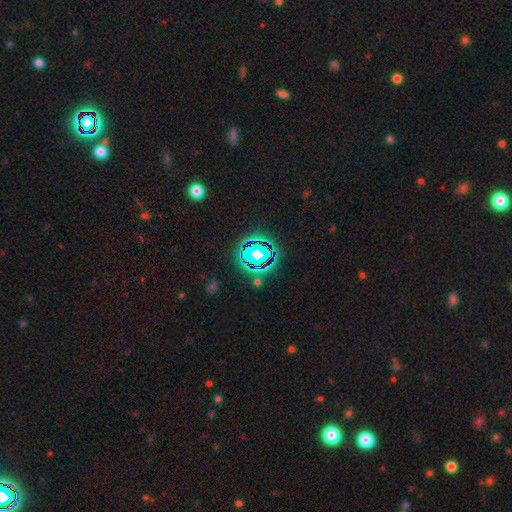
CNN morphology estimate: star or artifact 69%, smooth 18%, featured or disk 13%.